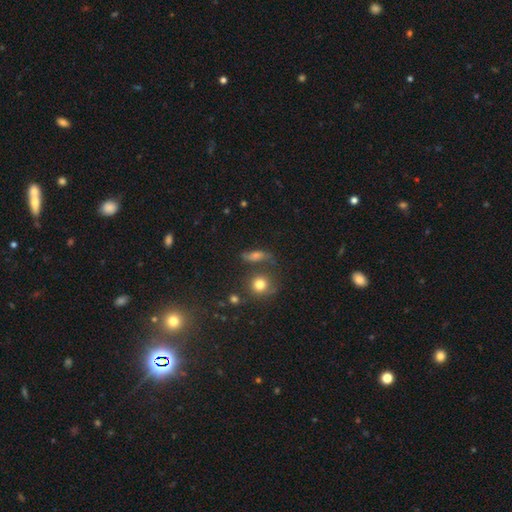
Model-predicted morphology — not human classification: smooth_or_featured: smooth (p=0.44) [alt: featured or disk p=0.34]
merging: none (p=0.56) [alt: minor disturbance p=0.20]